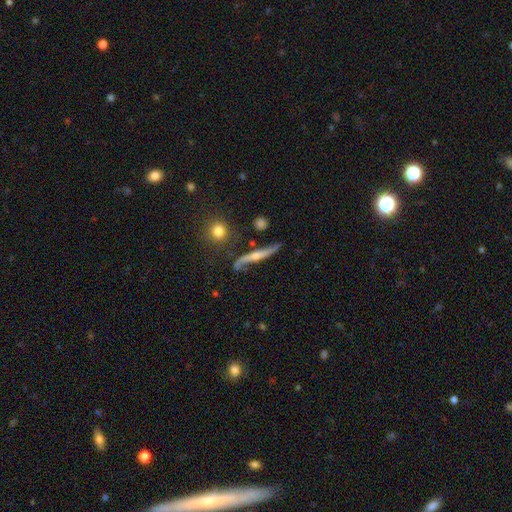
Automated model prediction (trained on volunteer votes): featured or disk 72%, smooth 20%, star or artifact 7%. Down the decision tree: edge-on disk — yes (70%); edge-on bulge — rounded (69%); merging — none (66%).